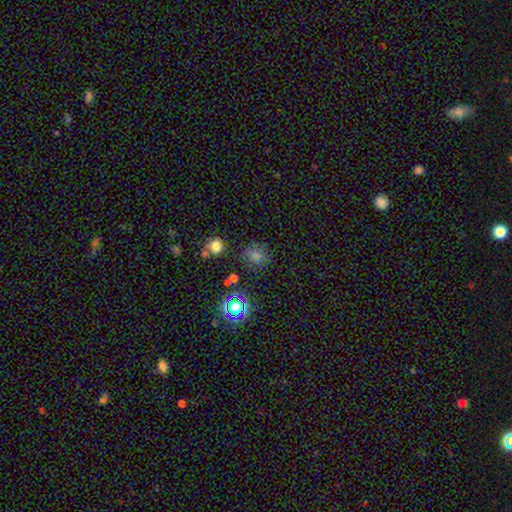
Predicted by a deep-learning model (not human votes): Morphology: type=smooth (63%); roundness=round (76%); merging=none (79%).